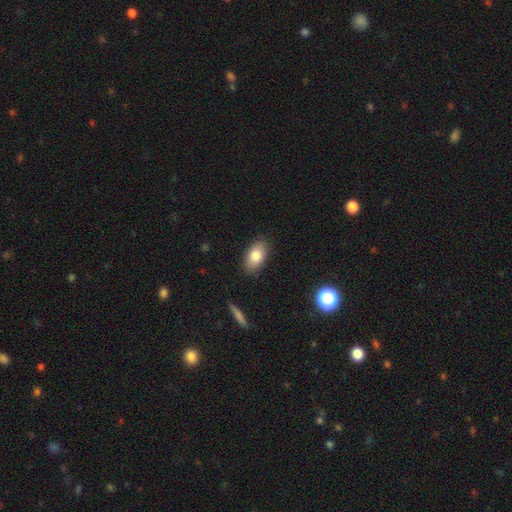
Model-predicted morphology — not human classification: Q: Smooth or featured?
A: smooth (82%); runner-up: featured or disk (11%)
Q: How rounded?
A: in between (91%); runner-up: round (6%)
Q: Merging?
A: none (86%); runner-up: minor disturbance (10%)